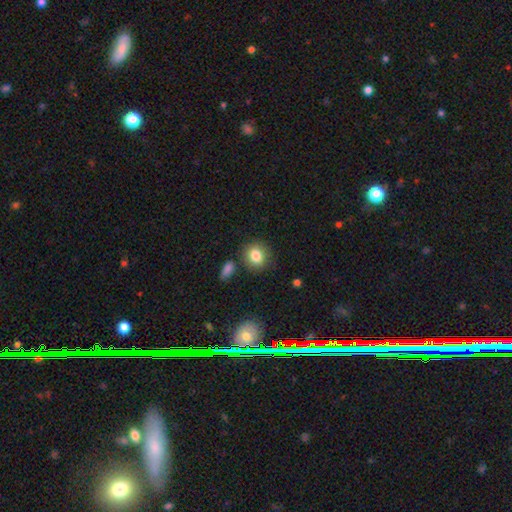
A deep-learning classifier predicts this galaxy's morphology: The model was most divided on "how rounded": round: 71%, in between: 28%, cigar-shaped: 1%. More confident: smooth or featured — smooth (83%); merging — none (81%).